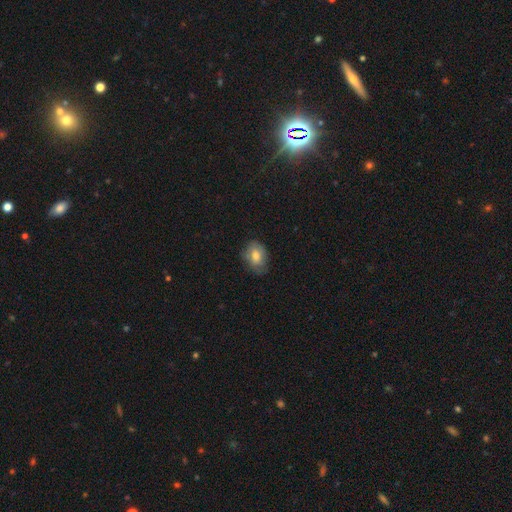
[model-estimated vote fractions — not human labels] Smooth or featured? Predicted: smooth (p=0.74). How rounded? Predicted: in between (p=0.73). Merging? Predicted: none (p=0.70).